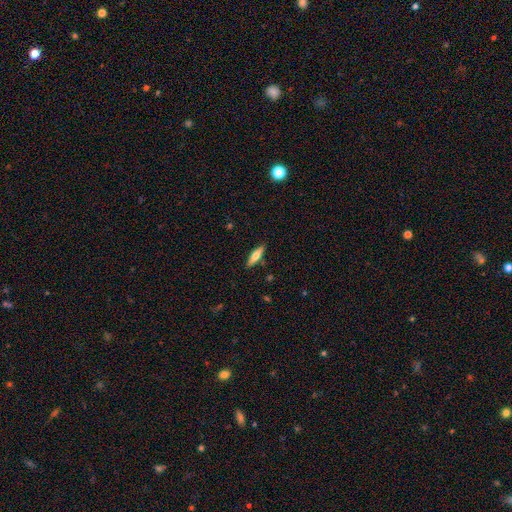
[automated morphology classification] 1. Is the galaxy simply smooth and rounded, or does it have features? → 57% smooth, 36% featured or disk, 6% star or artifact.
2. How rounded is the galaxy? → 63% cigar-shaped, 35% in between, 2% round.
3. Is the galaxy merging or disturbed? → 87% none, 9% minor disturbance, 2% major disturbance, 2% merger.